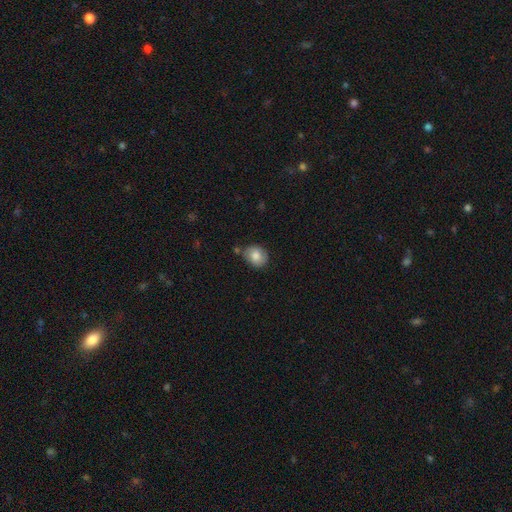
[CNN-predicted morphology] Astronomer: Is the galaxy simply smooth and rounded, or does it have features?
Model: smooth — 78%.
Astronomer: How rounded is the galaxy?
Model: round — 62% (runner-up: in between, 37%).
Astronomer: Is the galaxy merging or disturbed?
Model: none — 64%.